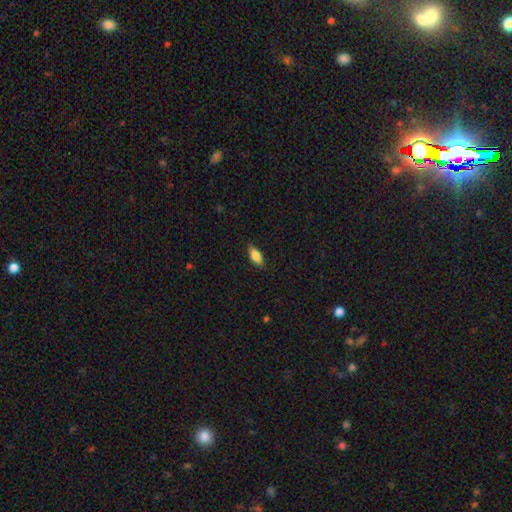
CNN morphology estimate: Smooth or featured? Predicted: smooth (p=0.83). How rounded? Predicted: in between (p=0.82). Merging? Predicted: none (p=0.87).